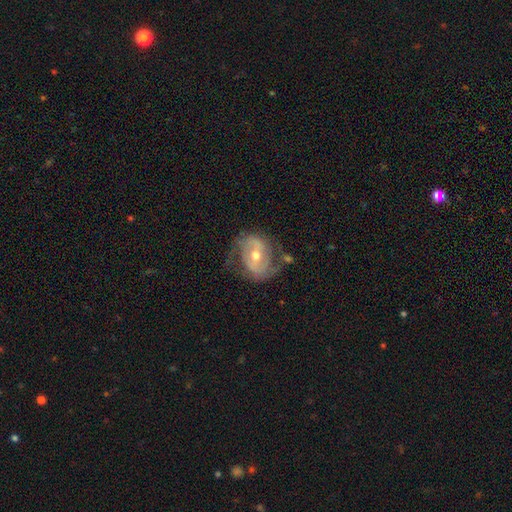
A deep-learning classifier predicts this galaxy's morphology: This is clearly a featured or disk galaxy (80%). It is clearly not viewed edge-on (97%). Bar: marginally weak (42%). Spiral arm pattern: clearly yes (86%). Spiral arm count: clearly 2 (80%). Spiral winding: marginally medium (45%). Central bulge: likely moderate (65%). Merging: likely none (63%).